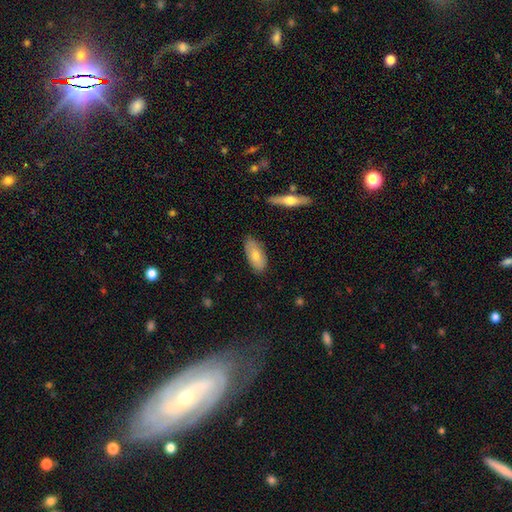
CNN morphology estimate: Smooth or featured? Predicted: smooth (p=0.74). How rounded? Predicted: in between (p=0.89). Merging? Predicted: none (p=0.80).